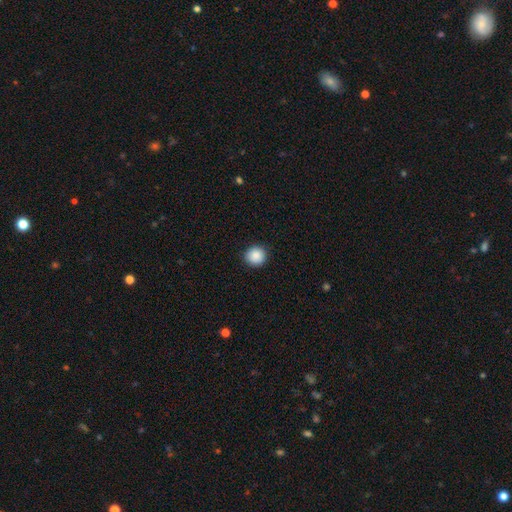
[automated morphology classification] Overall: smooth (88%). How rounded: round (93%). Merging: none (91%).